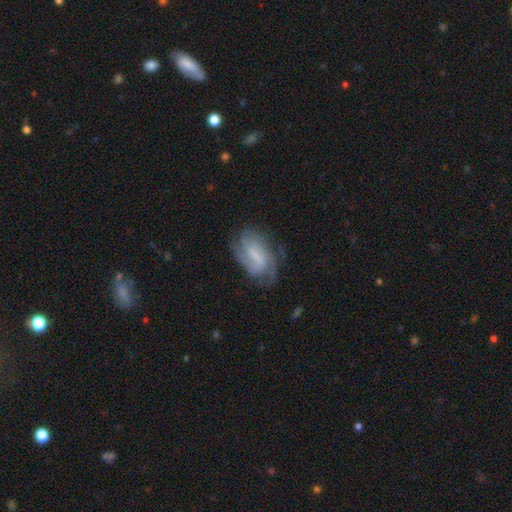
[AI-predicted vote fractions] smooth_or_featured: featured or disk (p=0.69) [alt: smooth p=0.23]
disk_edge_on: no (p=0.96) [alt: yes p=0.04]
bar: weak (p=0.51) [alt: strong p=0.25]
has_spiral_arms: yes (p=0.88) [alt: no p=0.12]
spiral_winding: tight (p=0.42) [alt: medium p=0.40]
spiral_arm_count: can't tell (p=0.35) [alt: 2 p=0.34]
bulge_size: small (p=0.39) [alt: none p=0.36]
merging: none (p=0.62) [alt: minor disturbance p=0.23]